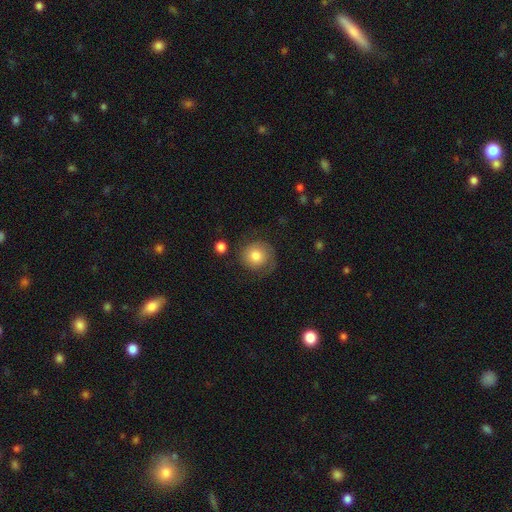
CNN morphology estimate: A smooth galaxy with no disk features (61%) that is round (90%). Merging: none (67%).